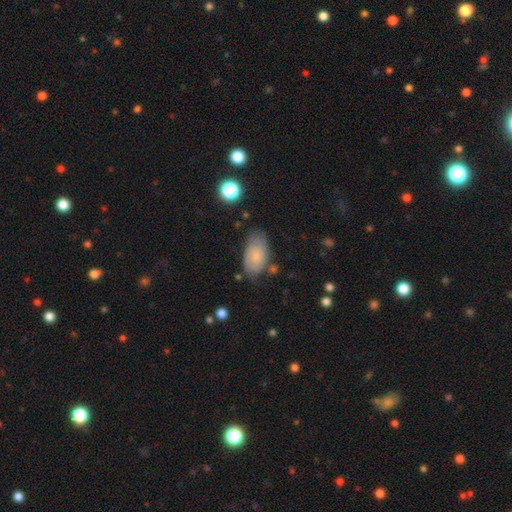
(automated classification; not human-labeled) The model was most divided on "merging": none: 66%, minor disturbance: 24%, major disturbance: 6%, merger: 4%. More confident: how rounded — in between (93%); smooth or featured — smooth (72%).